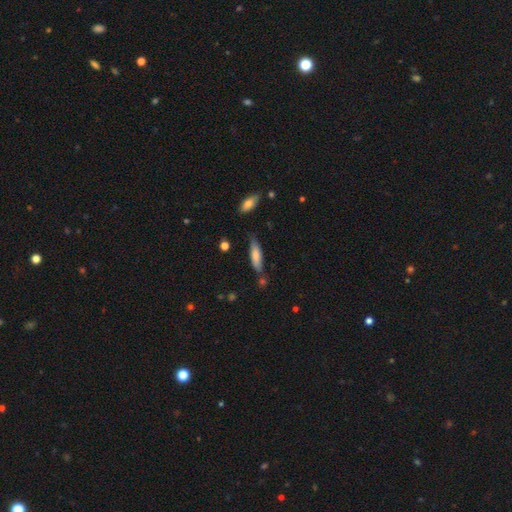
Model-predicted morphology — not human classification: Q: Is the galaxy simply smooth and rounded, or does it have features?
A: smooth — 76%.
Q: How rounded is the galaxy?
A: cigar-shaped — 63%.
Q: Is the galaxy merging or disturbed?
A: none — 69%.